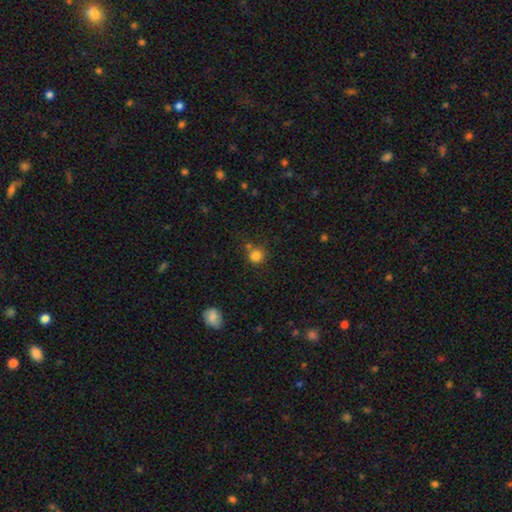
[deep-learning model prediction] A smooth galaxy with no disk features (82%) that is round (89%).

Vote fractions:
- Smooth or featured? smooth: 82% / star or artifact: 12% / featured or disk: 6%
- How rounded? round: 89% / in between: 10% / cigar-shaped: 1%
- Merging? none: 68% / minor disturbance: 14% / merger: 13% / major disturbance: 5%